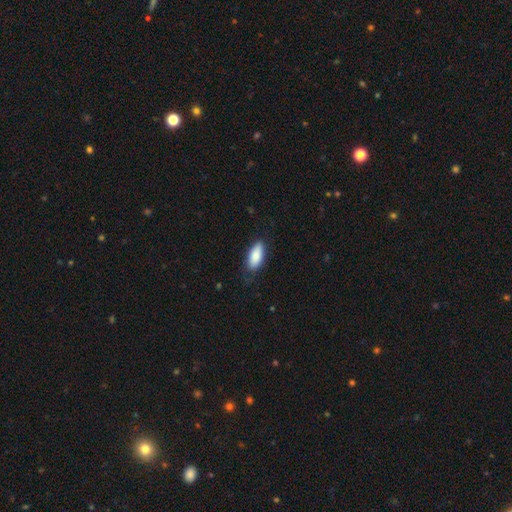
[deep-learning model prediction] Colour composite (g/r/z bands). It shows a smooth galaxy with no disk features (86%) that is in between round and cigar-shaped (86%). Merging: none (74%).